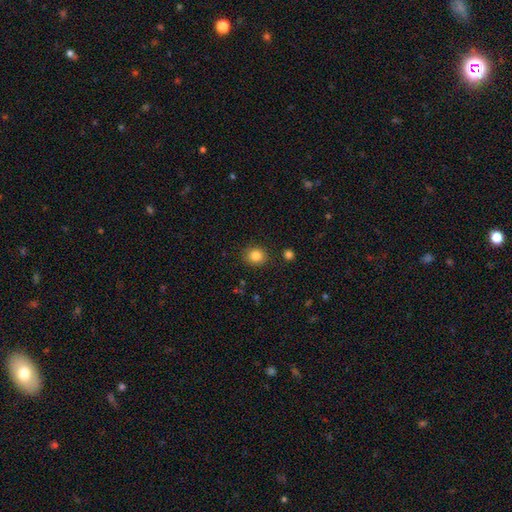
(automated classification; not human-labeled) smooth 85%, star or artifact 10%, featured or disk 5%. Down the decision tree: how rounded — round (77%); merging — none (87%).